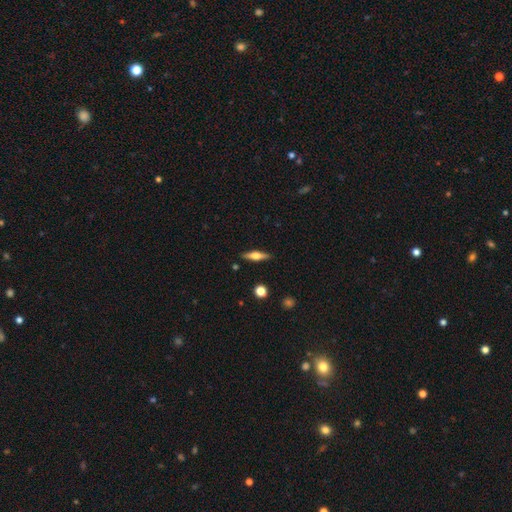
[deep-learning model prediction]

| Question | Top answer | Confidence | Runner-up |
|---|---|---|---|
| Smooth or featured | featured or disk | 57% | smooth (37%) |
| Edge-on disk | yes | 96% | no (4%) |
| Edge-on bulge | rounded | 91% | boxy (7%) |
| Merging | none | 89% | minor disturbance (8%) |